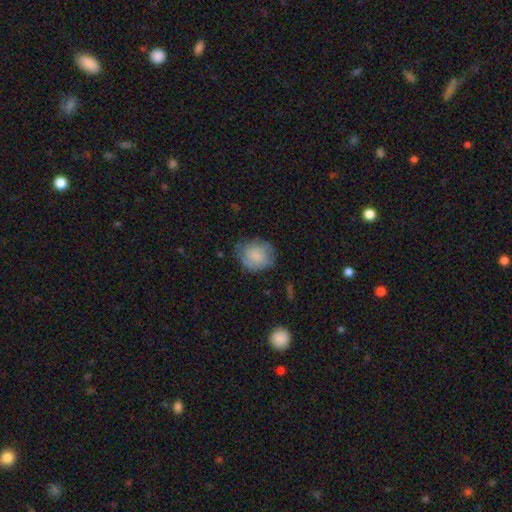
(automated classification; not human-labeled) Smooth or featured?
  - smooth: 73% *
  - featured or disk: 20%
  - star or artifact: 8%
How rounded?
  - round: 69% *
  - in between: 30%
  - cigar-shaped: 1%
Merging?
  - none: 62% *
  - minor disturbance: 27%
  - major disturbance: 9%
  - merger: 2%